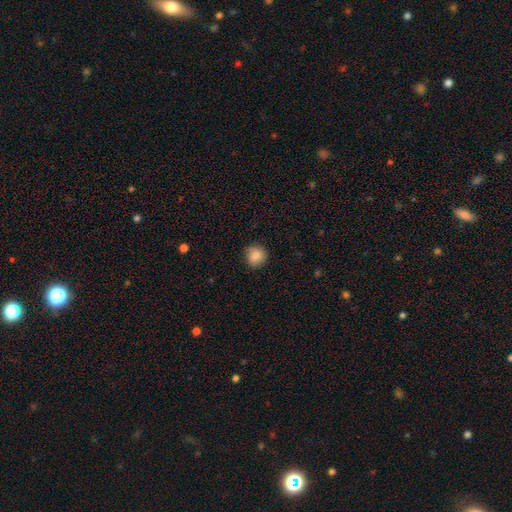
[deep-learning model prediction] This appears to be a smooth galaxy with no disk features (86%) that is round (88%). Merging: none (83%).